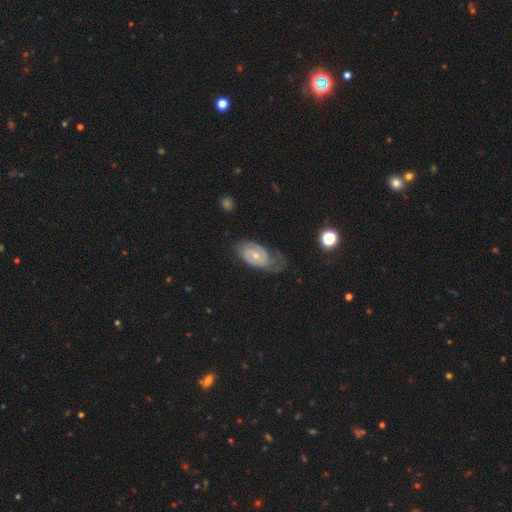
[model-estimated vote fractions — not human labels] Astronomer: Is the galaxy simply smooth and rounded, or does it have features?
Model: featured or disk — 81%.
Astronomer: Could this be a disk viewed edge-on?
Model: no — 96%.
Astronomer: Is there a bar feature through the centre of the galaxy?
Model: weak — 46% (runner-up: no, 43%).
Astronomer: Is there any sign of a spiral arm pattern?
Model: yes — 95%.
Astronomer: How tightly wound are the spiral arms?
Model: tight — 60%.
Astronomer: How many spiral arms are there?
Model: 2 — 70%.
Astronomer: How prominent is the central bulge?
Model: small — 52% (runner-up: moderate, 44%).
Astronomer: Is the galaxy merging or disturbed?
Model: none — 54%.